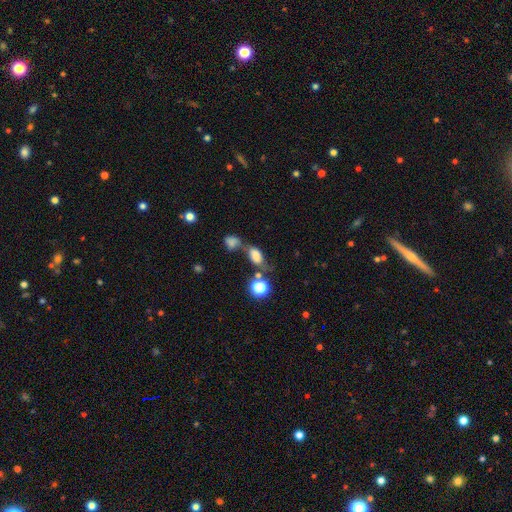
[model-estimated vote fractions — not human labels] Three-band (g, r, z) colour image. It shows a smooth galaxy with no disk features (71%) that is in between round and cigar-shaped (81%). Merging: merger (39%).